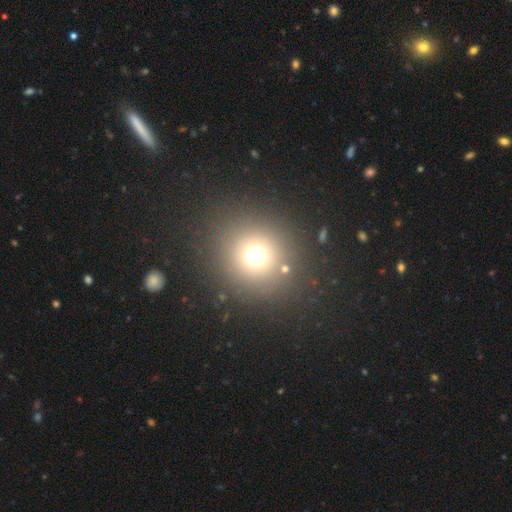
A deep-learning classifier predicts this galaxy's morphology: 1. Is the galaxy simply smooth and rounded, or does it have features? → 66% smooth, 25% star or artifact, 9% featured or disk.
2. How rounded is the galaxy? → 93% round, 6% in between, 1% cigar-shaped.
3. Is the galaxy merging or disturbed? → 84% none, 7% minor disturbance, 5% major disturbance, 4% merger.